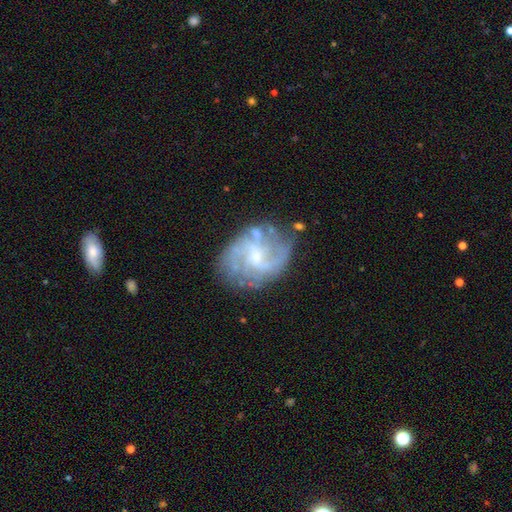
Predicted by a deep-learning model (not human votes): Smooth or featured? featured or disk (80%)
Edge-on disk? no (98%)
Bar? weak (49%)
Spiral arms? yes (86%)
Spiral winding? medium (43%)
Spiral arm count? 2 (37%)
Bulge size? small (52%)
Merging? none (65%)